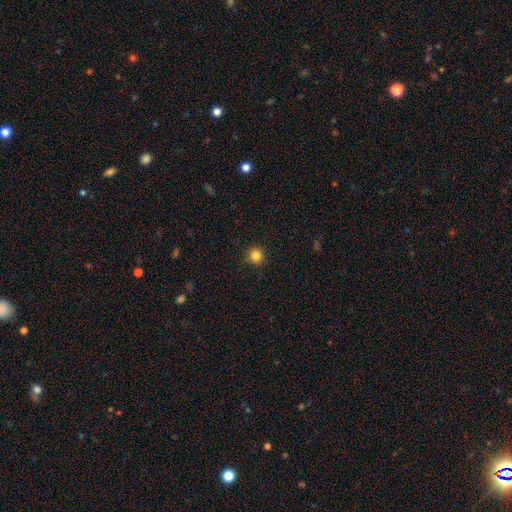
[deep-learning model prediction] The model was most divided on "smooth or featured": smooth: 83%, star or artifact: 13%, featured or disk: 4%. More confident: how rounded — round (94%); merging — none (87%).